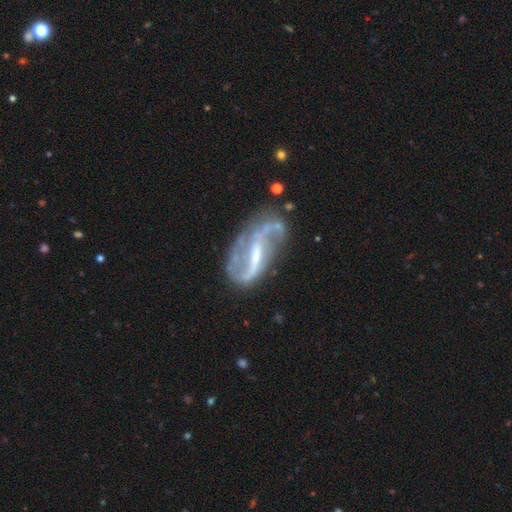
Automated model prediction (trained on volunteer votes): The model was most divided on "bar": weak: 44%, strong: 40%, no: 16%. Remaining: edge-on disk — no (95%); spiral arms — yes (91%); smooth or featured — featured or disk (85%); spiral arm count — 2 (79%); spiral winding — loose (60%); merging — none (54%); bulge size — small (48%).